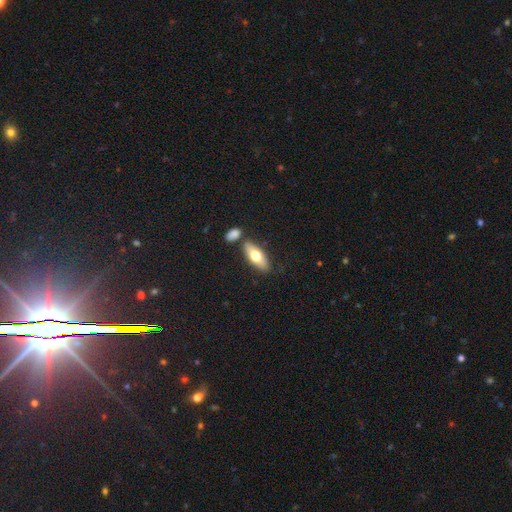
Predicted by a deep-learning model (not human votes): smooth_or_featured: smooth (p=0.66) [alt: featured or disk p=0.28]
how_rounded: in between (p=0.74) [alt: cigar-shaped p=0.23]
merging: none (p=0.72) [alt: merger p=0.14]